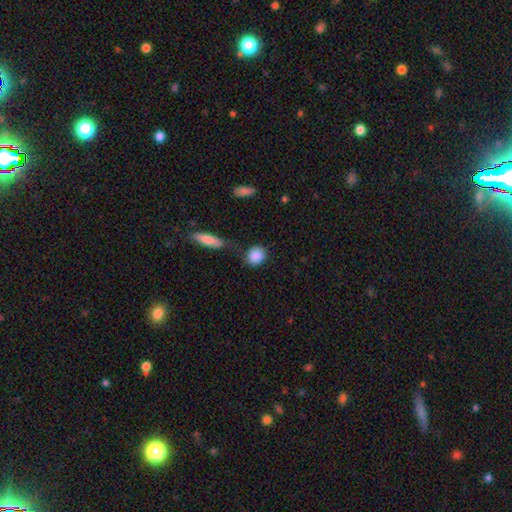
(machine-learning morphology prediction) A smooth galaxy with no disk features (87%) that is round (77%).

Vote fractions:
- Smooth or featured? smooth: 87% / star or artifact: 8% / featured or disk: 5%
- How rounded? round: 77% / in between: 21% / cigar-shaped: 3%
- Merging? none: 70% / minor disturbance: 15% / merger: 10% / major disturbance: 5%